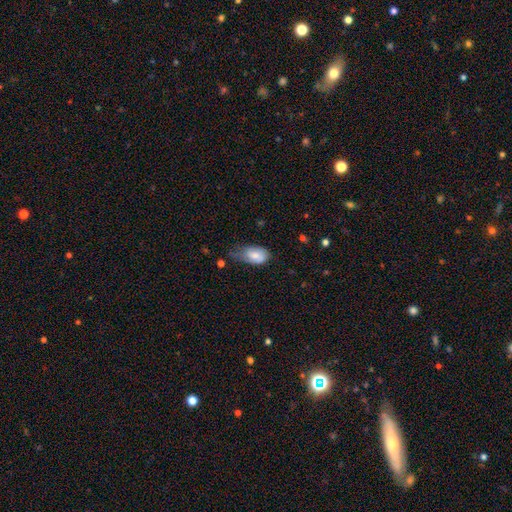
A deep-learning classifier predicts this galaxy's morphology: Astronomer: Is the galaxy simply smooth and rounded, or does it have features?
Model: smooth — 75%.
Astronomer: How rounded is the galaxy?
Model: in between — 92%.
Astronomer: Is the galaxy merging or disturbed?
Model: minor disturbance — 46% (runner-up: none, 31%).